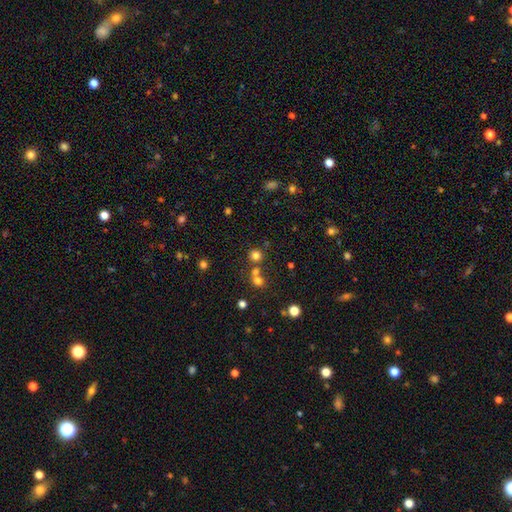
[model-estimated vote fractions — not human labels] smooth 73%, star or artifact 19%, featured or disk 7%. Down the decision tree: how rounded — round (90%); merging — none (64%).